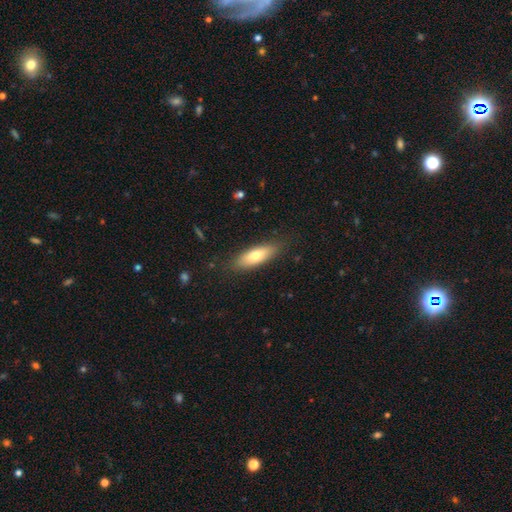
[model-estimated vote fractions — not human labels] A smooth galaxy with no disk features (71%) that is in between round and cigar-shaped (57%). Merging: none (84%).